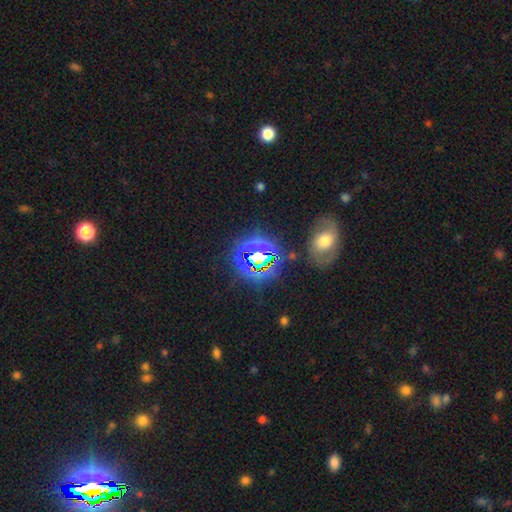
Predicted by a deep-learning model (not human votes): smooth-or-featured: star or artifact: 73% | smooth: 17% | featured or disk: 10%